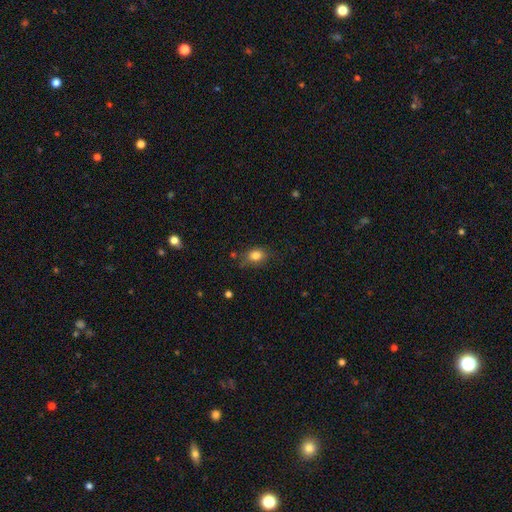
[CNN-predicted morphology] Smooth or featured: smooth — 82% (star or artifact — 11%)
How rounded: in between — 64% (round — 34%)
Merging: none — 69% (minor disturbance — 22%)